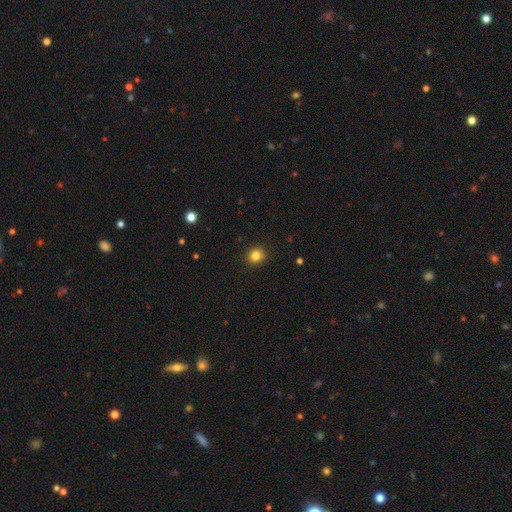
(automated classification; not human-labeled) smooth 83%, star or artifact 12%, featured or disk 5%. Down the decision tree: how rounded — round (83%); merging — none (91%).